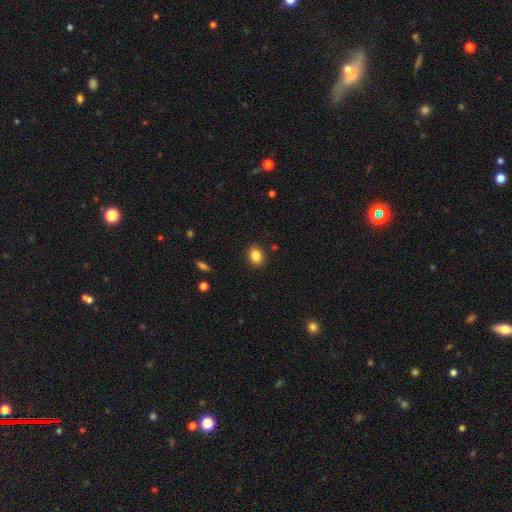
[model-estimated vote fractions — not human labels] Smooth or featured?
  - smooth: 85% *
  - star or artifact: 9%
  - featured or disk: 5%
How rounded?
  - in between: 53% *
  - round: 46%
  - cigar-shaped: 1%
Merging?
  - none: 89% *
  - minor disturbance: 8%
  - major disturbance: 2%
  - merger: 1%